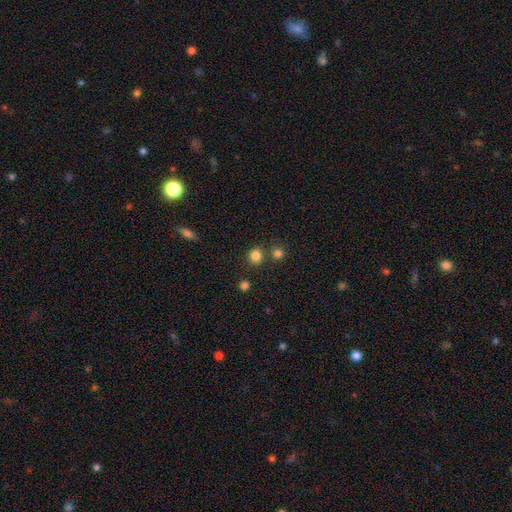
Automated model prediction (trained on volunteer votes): A smooth galaxy with no disk features (82%) that is round (83%).

Vote fractions:
- Smooth or featured? smooth: 82% / star or artifact: 13% / featured or disk: 4%
- How rounded? round: 83% / in between: 16% / cigar-shaped: 1%
- Merging? none: 77% / merger: 11% / minor disturbance: 8% / major disturbance: 3%